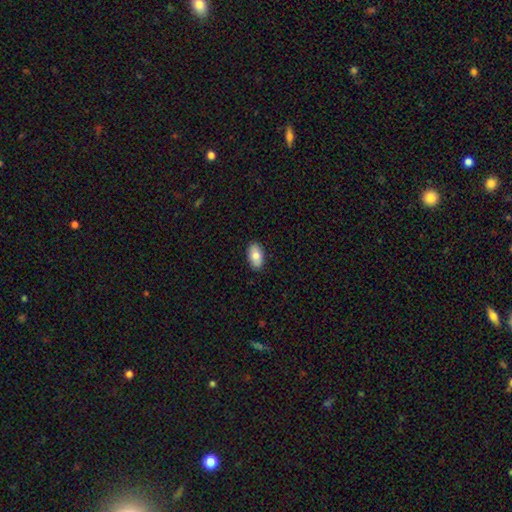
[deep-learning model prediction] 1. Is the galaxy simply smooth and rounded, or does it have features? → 81% smooth, 13% featured or disk, 7% star or artifact.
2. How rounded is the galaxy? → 94% in between, 4% round, 2% cigar-shaped.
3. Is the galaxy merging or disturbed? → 89% none, 8% minor disturbance, 2% major disturbance, 1% merger.